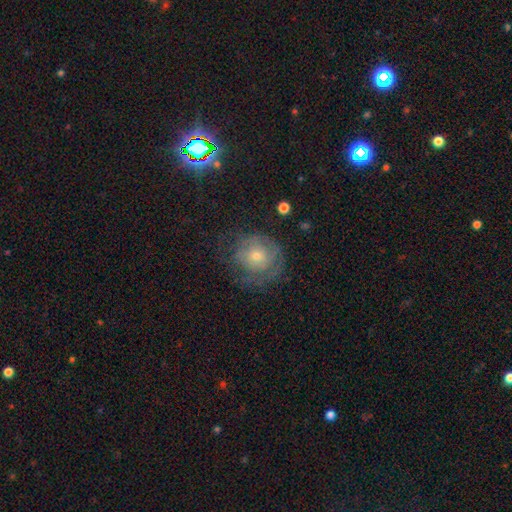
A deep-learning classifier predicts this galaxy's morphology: Smooth or featured? Predicted: featured or disk (p=0.53). Edge-on disk? Predicted: no (p=0.96). Bar? Predicted: no (p=0.82). Spiral arms? Predicted: yes (p=0.75). Bulge size? Predicted: small (p=0.54). Merging? Predicted: none (p=0.71).